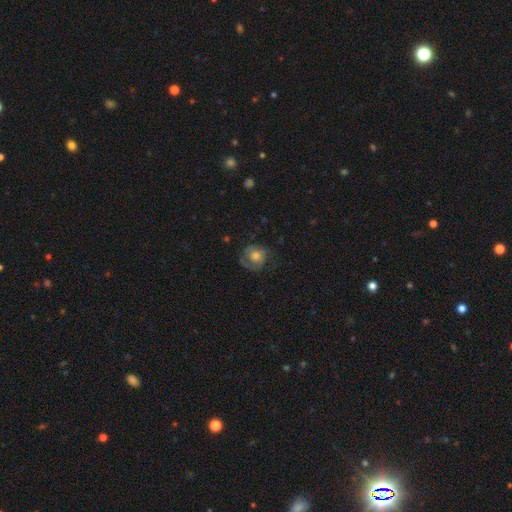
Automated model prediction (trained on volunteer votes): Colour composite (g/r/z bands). It shows a featured or disk galaxy (49%). Merging: none (61%).